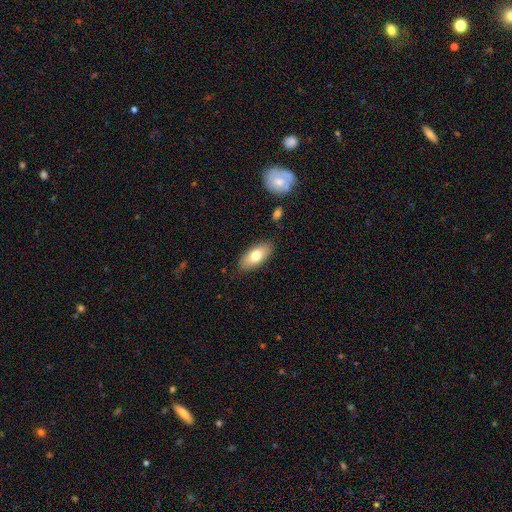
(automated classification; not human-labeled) Q: Smooth or featured?
A: smooth (74%); runner-up: featured or disk (19%)
Q: How rounded?
A: in between (89%); runner-up: cigar-shaped (8%)
Q: Merging?
A: none (85%); runner-up: minor disturbance (11%)